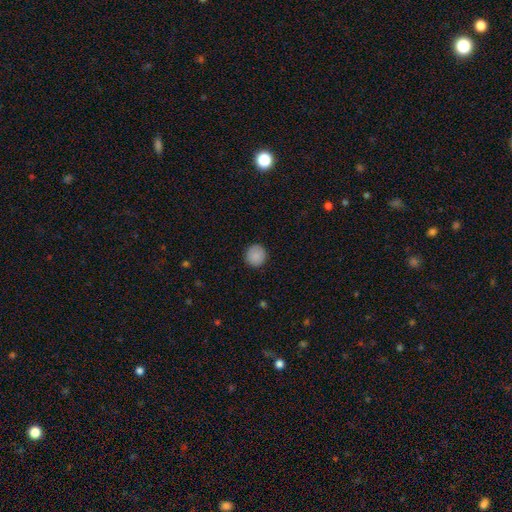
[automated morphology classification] The model was most divided on "smooth or featured": smooth: 88%, star or artifact: 8%, featured or disk: 4%. More confident: how rounded — round (94%); merging — none (91%).